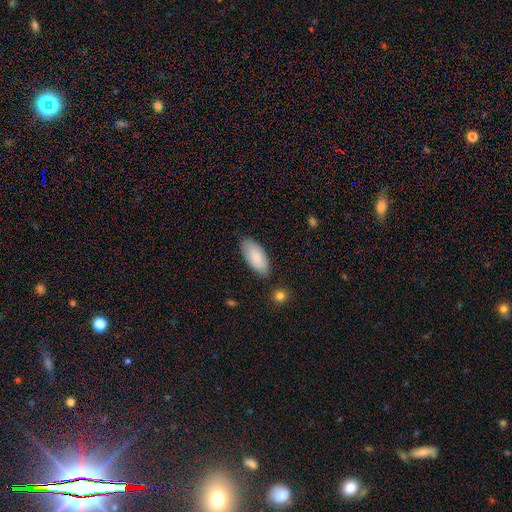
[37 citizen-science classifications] Smooth or featured? 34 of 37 (92%) said smooth. How rounded? 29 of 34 (85%) said in between. Merging? 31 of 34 (91%) said none.